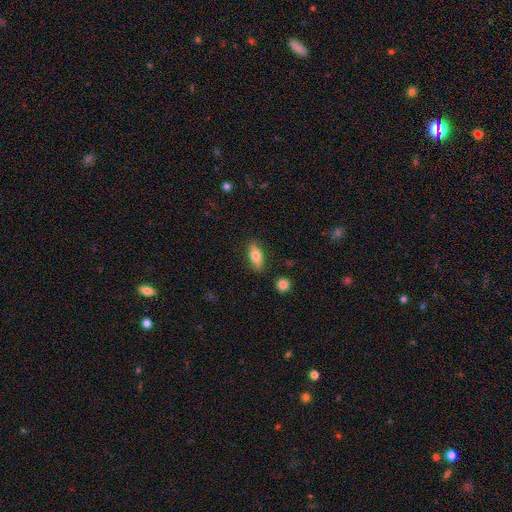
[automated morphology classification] type=smooth (71%); roundness=in between (74%); merging=none (85%).